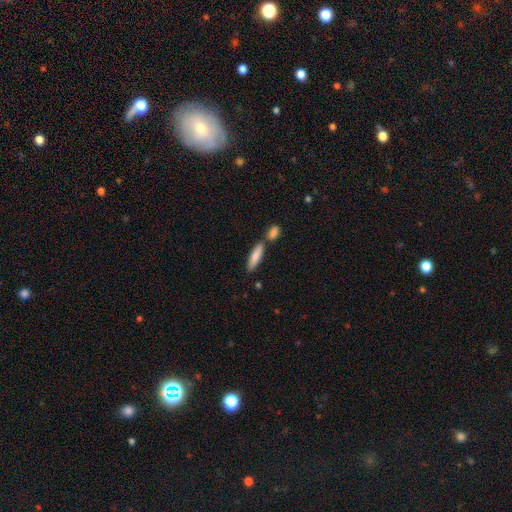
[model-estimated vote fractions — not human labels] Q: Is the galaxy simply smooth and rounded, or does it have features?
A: smooth — 81%.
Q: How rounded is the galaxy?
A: cigar-shaped — 65%.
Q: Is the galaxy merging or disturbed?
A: none — 64%.